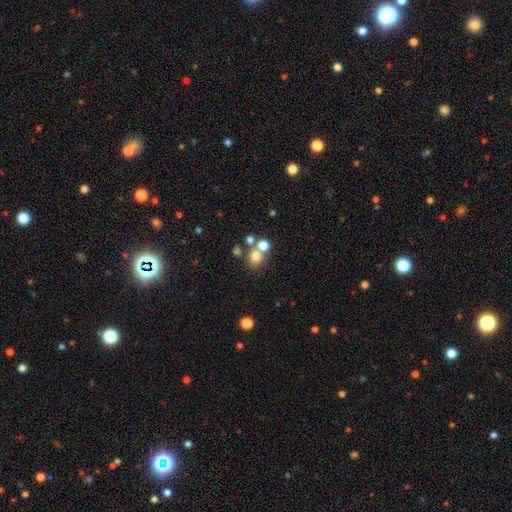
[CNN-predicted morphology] Smooth or featured? Predicted: smooth (p=0.73). How rounded? Predicted: round (p=0.80). Merging? Predicted: none (p=0.55).